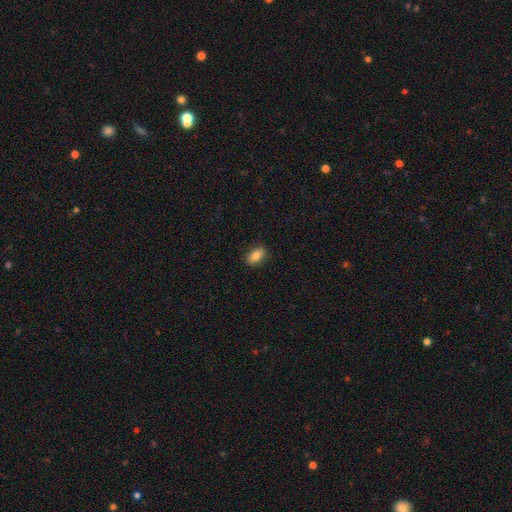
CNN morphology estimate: Smooth or featured? Predicted: smooth (p=0.81). How rounded? Predicted: in between (p=0.88). Merging? Predicted: none (p=0.88).